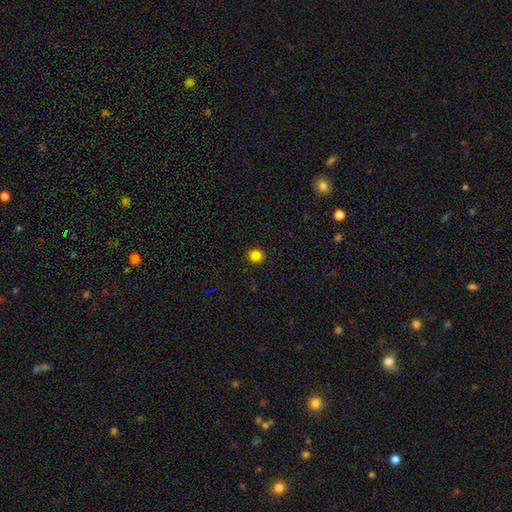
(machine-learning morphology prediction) This is clearly a smooth galaxy (81%). How rounded: clearly round (81%). Merging: clearly none (82%).